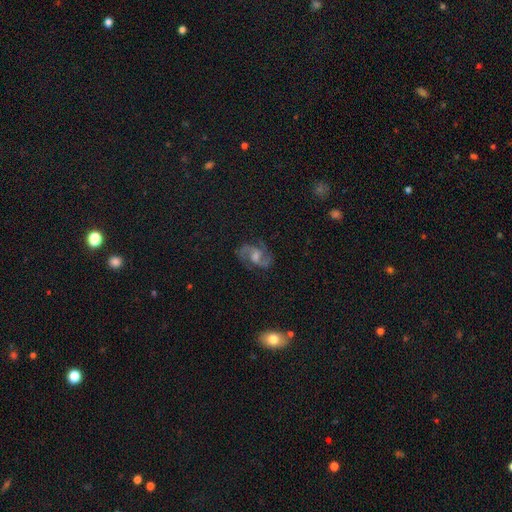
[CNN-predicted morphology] smooth_or_featured: featured or disk (p=0.83) [alt: star or artifact p=0.09]
disk_edge_on: no (p=0.98) [alt: yes p=0.02]
bar: weak (p=0.49) [alt: no p=0.40]
has_spiral_arms: yes (p=0.97) [alt: no p=0.03]
spiral_winding: medium (p=0.57) [alt: loose p=0.28]
spiral_arm_count: 2 (p=0.90) [alt: can't tell p=0.03]
bulge_size: moderate (p=0.51) [alt: small p=0.26]
merging: none (p=0.79) [alt: minor disturbance p=0.14]